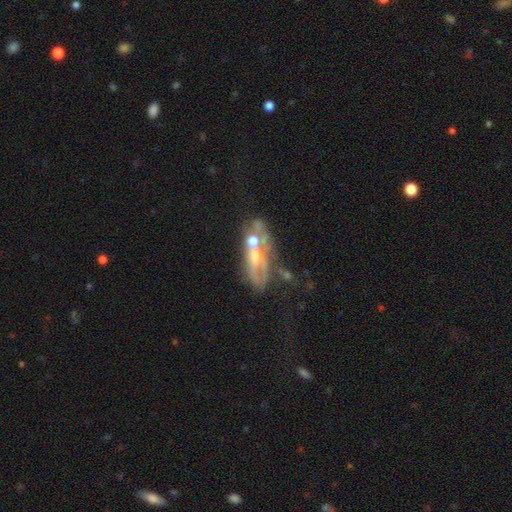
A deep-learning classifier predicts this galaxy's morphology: Smooth or featured: featured or disk — 64% (smooth — 23%)
Edge-on disk: no — 83% (yes — 17%)
Bar: no — 73% (weak — 19%)
Spiral arms: no — 69% (yes — 31%)
Bulge size: moderate — 48% (small — 30%)
Merging: merger — 30% (tied with none — 30%)